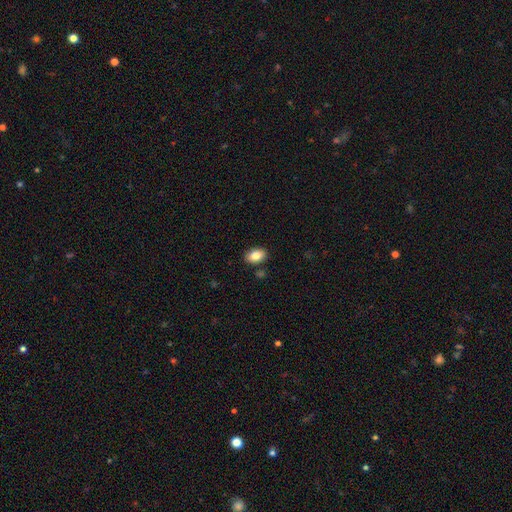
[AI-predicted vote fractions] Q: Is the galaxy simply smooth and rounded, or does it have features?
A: smooth — 84%.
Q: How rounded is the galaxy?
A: in between — 86%.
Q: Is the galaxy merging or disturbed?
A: none — 87%.